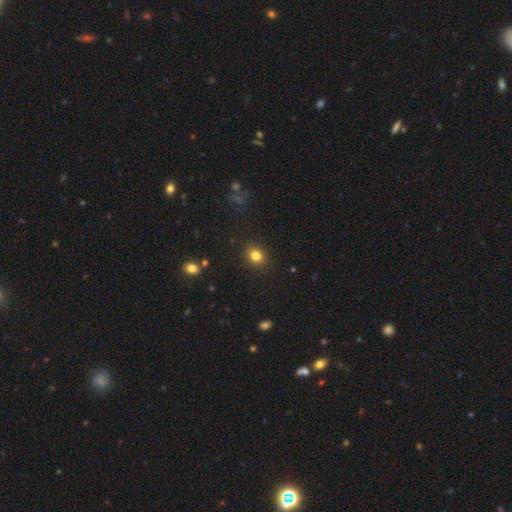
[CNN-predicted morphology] The model was most divided on "how rounded": round: 74%, in between: 25%, cigar-shaped: 1%. More confident: merging — none (89%); smooth or featured — smooth (83%).